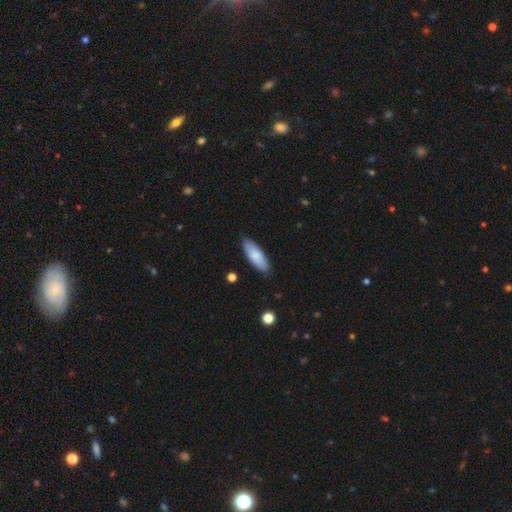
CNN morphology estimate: Smooth or featured: smooth — 81% (featured or disk — 14%)
How rounded: in between — 70% (cigar-shaped — 28%)
Merging: none — 86% (minor disturbance — 11%)